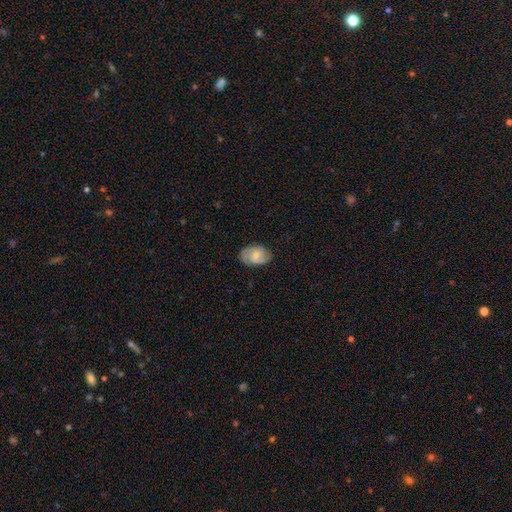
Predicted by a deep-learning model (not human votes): Q: Smooth or featured?
A: smooth (53%); runner-up: featured or disk (41%)
Q: How rounded?
A: in between (86%); runner-up: round (13%)
Q: Merging?
A: none (77%); runner-up: minor disturbance (18%)